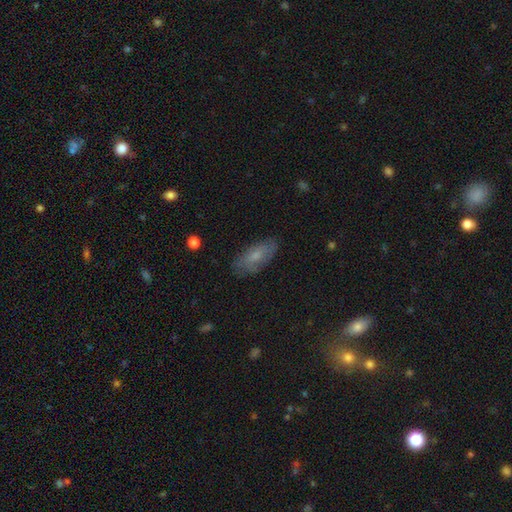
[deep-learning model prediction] Smooth or featured? Predicted: smooth (p=0.61). How rounded? Predicted: in between (p=0.84). Merging? Predicted: none (p=0.77).